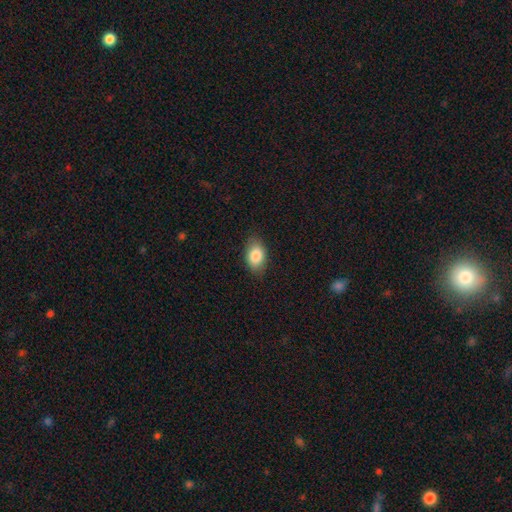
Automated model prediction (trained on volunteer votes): A smooth galaxy with no disk features (85%) that is in between round and cigar-shaped (89%). Merging: none (84%).